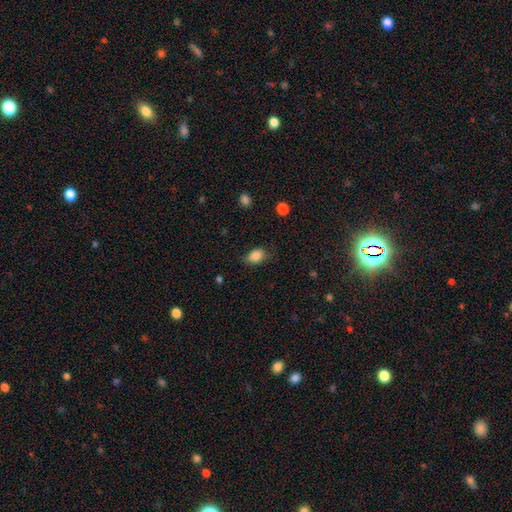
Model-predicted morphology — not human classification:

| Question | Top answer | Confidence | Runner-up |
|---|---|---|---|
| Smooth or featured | smooth | 86% | star or artifact (9%) |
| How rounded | in between | 78% | round (20%) |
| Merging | none | 71% | minor disturbance (22%) |